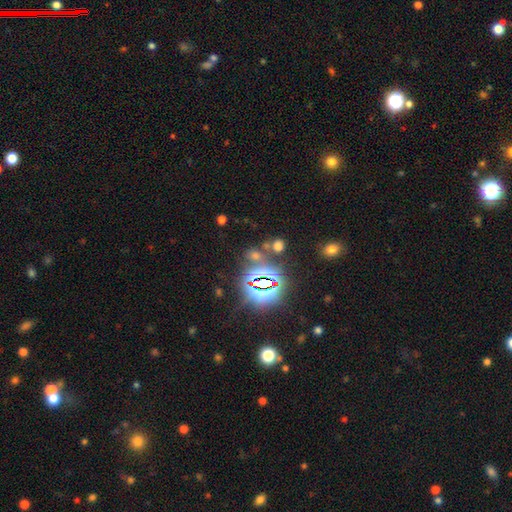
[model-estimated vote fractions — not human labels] smooth-or-featured: star or artifact: 63% | smooth: 30% | featured or disk: 8%